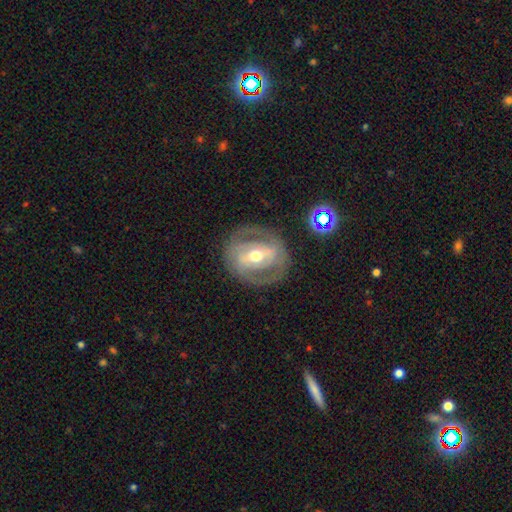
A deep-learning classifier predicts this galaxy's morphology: The model was most divided on "bar": strong: 43%, weak: 34%, no: 23%. More confident: edge-on disk — no (95%); merging — none (77%); smooth or featured — featured or disk (75%); bulge size — moderate (70%); spiral arms — yes (58%).